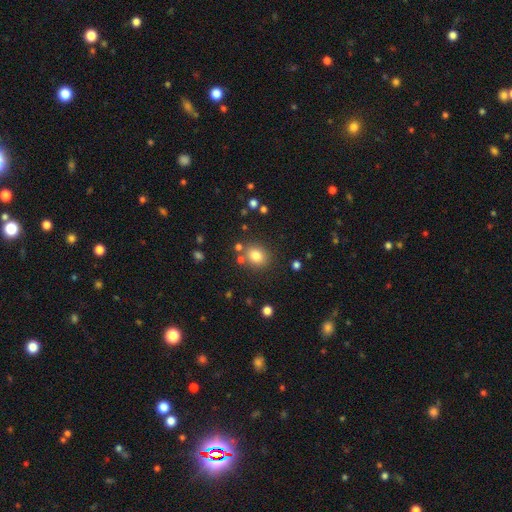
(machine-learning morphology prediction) Smooth or featured?
  - smooth: 80% *
  - star or artifact: 12%
  - featured or disk: 8%
How rounded?
  - round: 61% *
  - in between: 38%
  - cigar-shaped: 1%
Merging?
  - none: 78% *
  - minor disturbance: 10%
  - merger: 8%
  - major disturbance: 4%